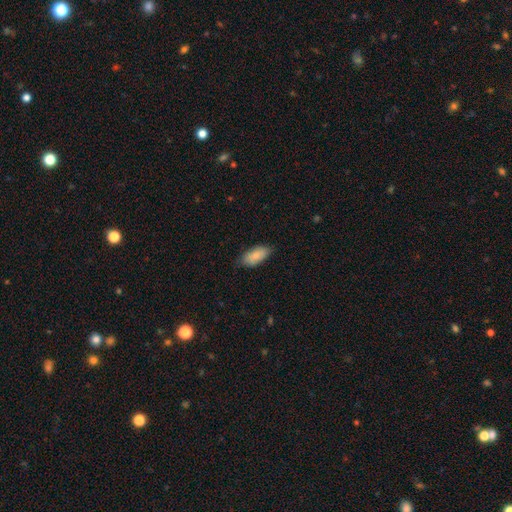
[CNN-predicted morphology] smooth-or-featured: smooth: 86% | featured or disk: 8% | star or artifact: 6%
  how-rounded: in between: 88% | cigar-shaped: 10% | round: 2%
  merging: none: 80% | minor disturbance: 16% | major disturbance: 3% | merger: 1%